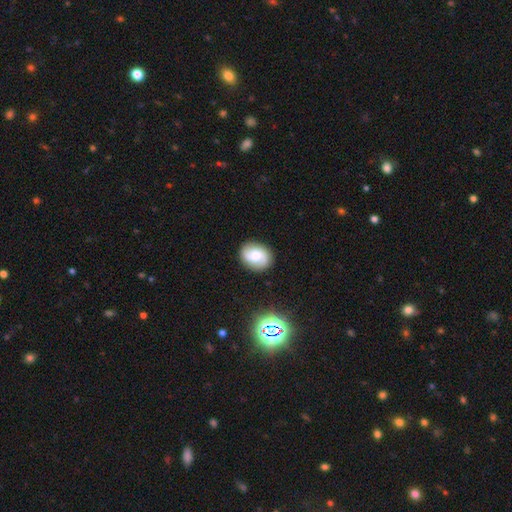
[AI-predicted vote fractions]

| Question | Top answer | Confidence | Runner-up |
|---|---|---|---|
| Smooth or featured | featured or disk | 61% | smooth (30%) |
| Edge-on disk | no | 98% | yes (2%) |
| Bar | no | 58% | weak (35%) |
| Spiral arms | yes | 93% | no (7%) |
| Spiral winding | medium | 44% | loose (29%) |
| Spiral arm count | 2 | 85% | can't tell (6%) |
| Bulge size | moderate | 53% | small (32%) |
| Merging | none | 85% | minor disturbance (11%) |